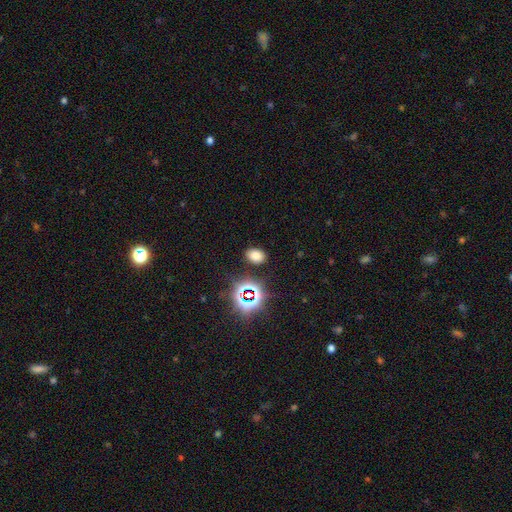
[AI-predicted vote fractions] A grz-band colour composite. It shows a smooth galaxy with no disk features (72%) that is in between round and cigar-shaped (77%). Merging: none (86%).